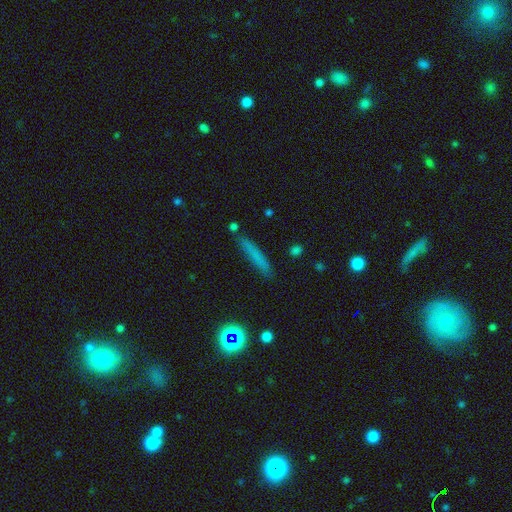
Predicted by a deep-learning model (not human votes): Q: Smooth or featured?
A: smooth (68%); runner-up: featured or disk (20%)
Q: How rounded?
A: cigar-shaped (92%); runner-up: in between (5%)
Q: Merging?
A: none (83%); runner-up: minor disturbance (12%)